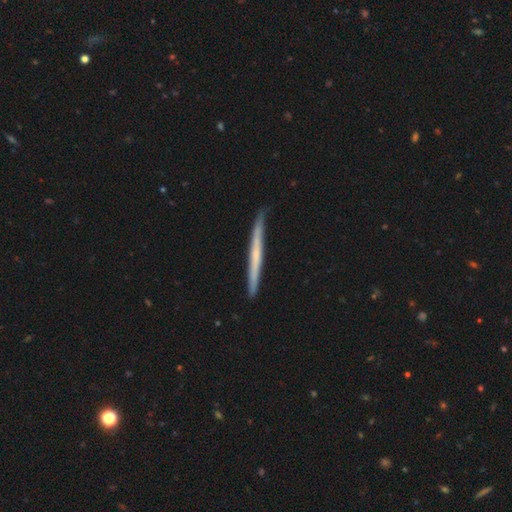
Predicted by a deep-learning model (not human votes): A featured or disk galaxy (53%) viewed edge-on (96%) with no central bulge (81%).

Vote fractions:
- Smooth or featured? featured or disk: 53% / smooth: 42% / star or artifact: 5%
- Edge-on disk? yes: 96% / no: 4%
- Edge-on bulge? none: 81% / rounded: 14% / boxy: 5%
- Merging? none: 86% / minor disturbance: 11% / major disturbance: 2% / merger: 1%